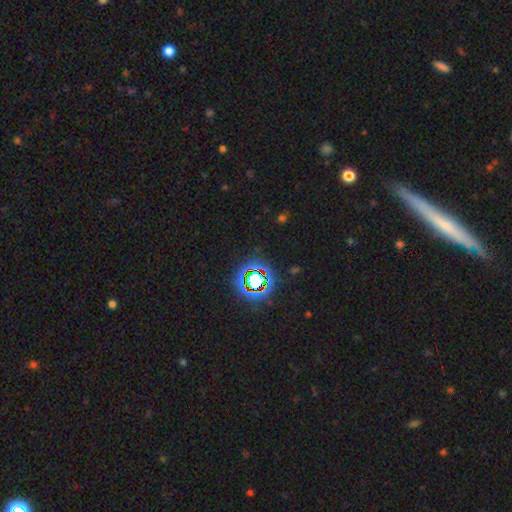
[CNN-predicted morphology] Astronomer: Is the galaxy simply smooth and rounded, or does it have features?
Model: star or artifact — 78%.